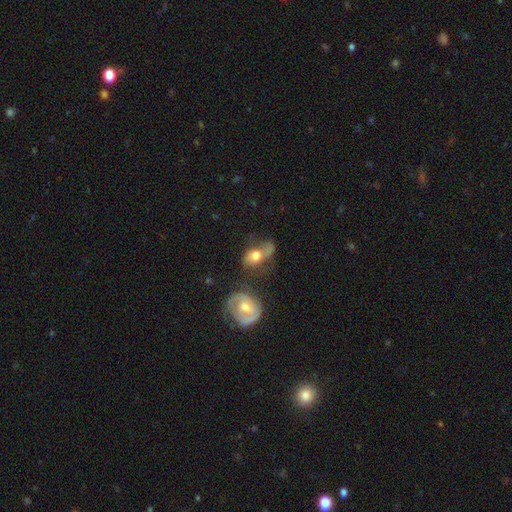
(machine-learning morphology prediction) The model was most divided on "merging": major disturbance: 28%, none: 27%, merger: 24%, minor disturbance: 21%. Remaining: smooth or featured — smooth (48%).